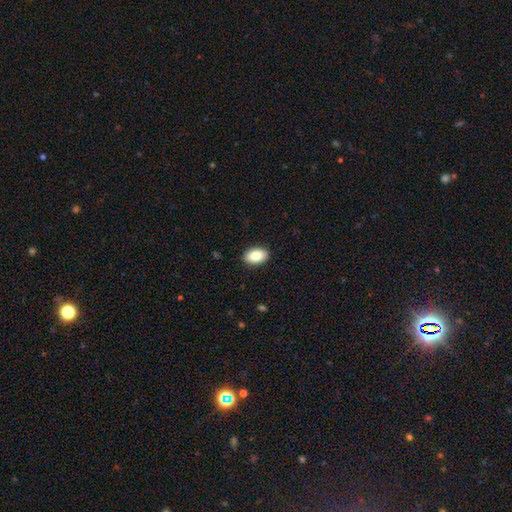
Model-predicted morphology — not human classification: Overall: smooth (84%). How rounded: in between (90%). Merging: none (90%).